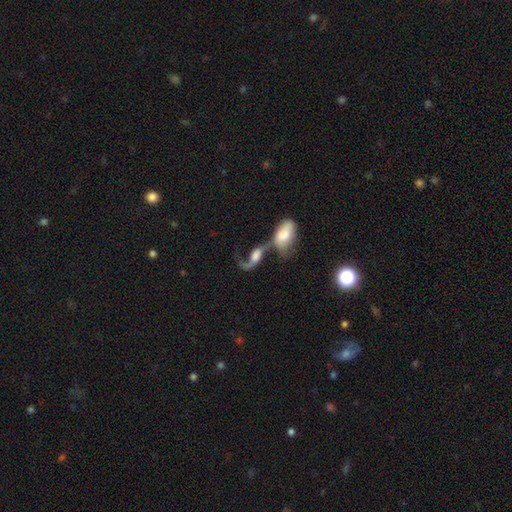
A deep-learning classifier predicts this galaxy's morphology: Smooth or featured? featured or disk (71%)
Edge-on disk? no (90%)
Bar? no (50%)
Spiral arms? yes (88%)
Spiral winding? loose (84%)
Spiral arm count? 2 (72%)
Bulge size? moderate (35%)
Merging? merger (60%)